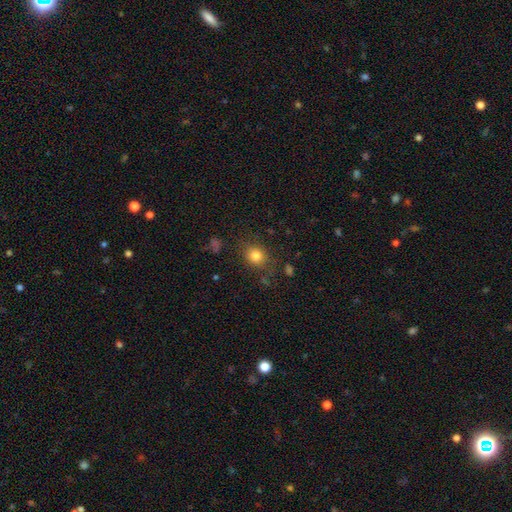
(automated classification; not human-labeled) A smooth galaxy with no disk features (82%) that is round (73%).

Vote fractions:
- Smooth or featured? smooth: 82% / star or artifact: 12% / featured or disk: 7%
- How rounded? round: 73% / in between: 26% / cigar-shaped: 1%
- Merging? none: 82% / minor disturbance: 12% / major disturbance: 4% / merger: 2%